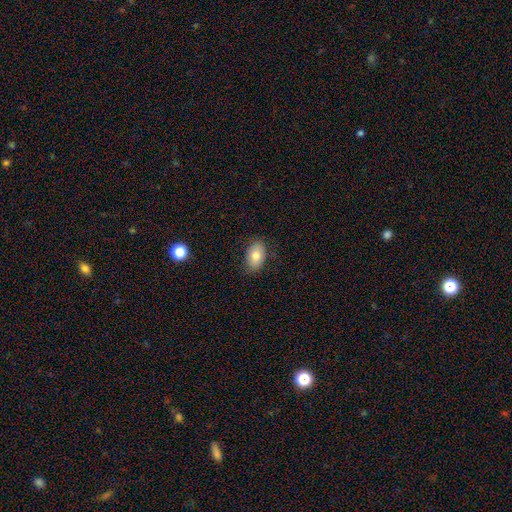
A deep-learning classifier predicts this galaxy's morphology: Q: Smooth or featured?
A: smooth (80%); runner-up: featured or disk (12%)
Q: How rounded?
A: in between (90%); runner-up: round (9%)
Q: Merging?
A: none (84%); runner-up: minor disturbance (12%)